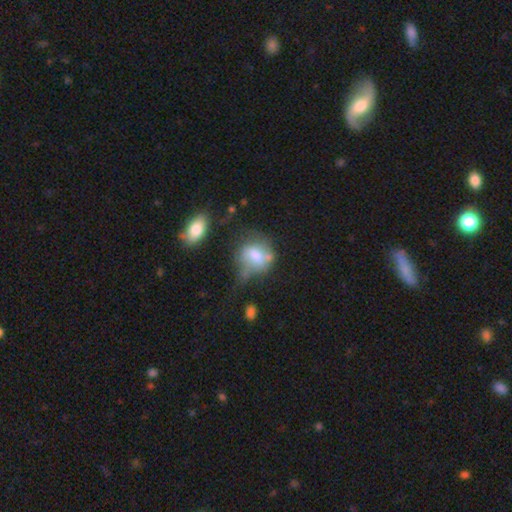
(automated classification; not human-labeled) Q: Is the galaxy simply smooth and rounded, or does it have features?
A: smooth — 58%.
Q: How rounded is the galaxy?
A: round — 56%.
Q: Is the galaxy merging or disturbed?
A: none — 29%.